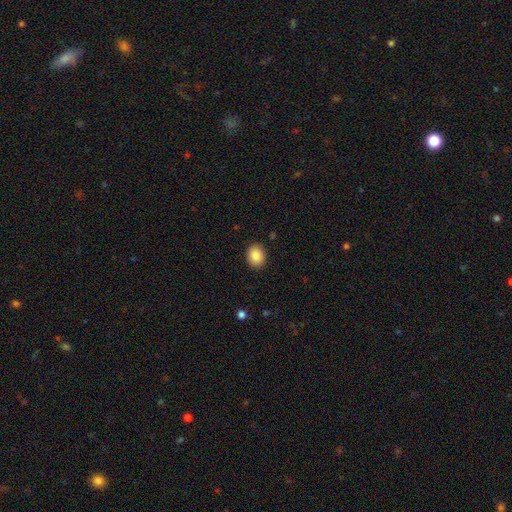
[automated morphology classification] Overall: smooth (88%). How rounded: in between (56%; round 43%). Merging: none (89%).